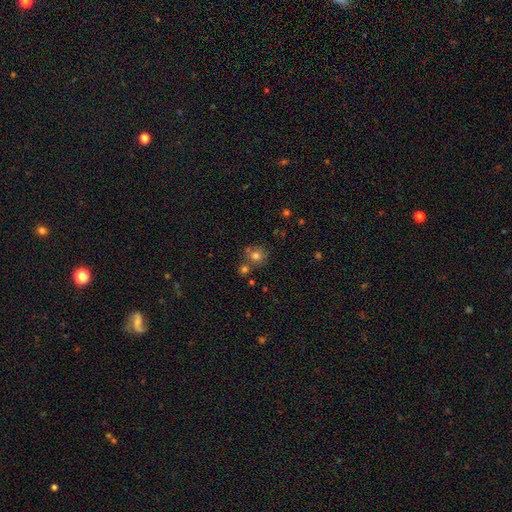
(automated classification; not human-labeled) Morphology: type=smooth (74%); roundness=round (86%); merging=none (63%).